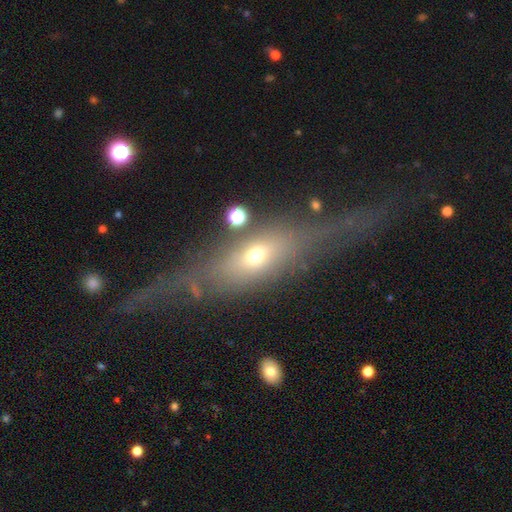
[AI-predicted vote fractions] Morphology: type=smooth (46%); merging=none (48%).